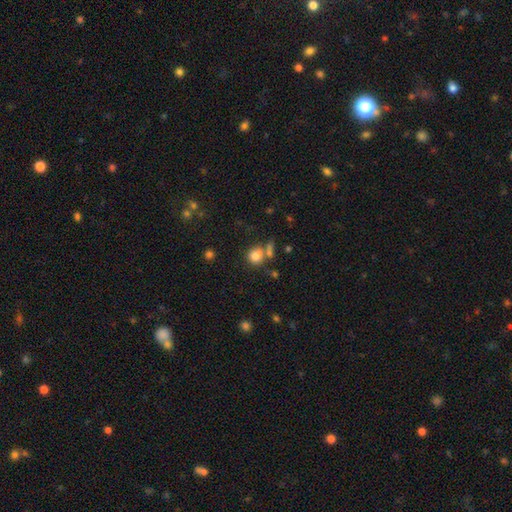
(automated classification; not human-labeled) This appears to be a smooth galaxy with no disk features (81%) that is round (83%). Merging: none (58%).